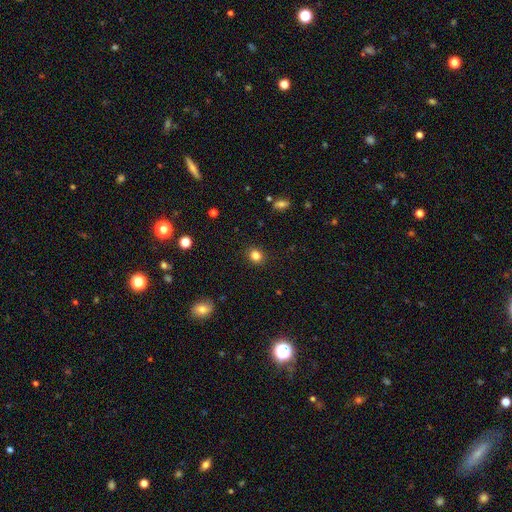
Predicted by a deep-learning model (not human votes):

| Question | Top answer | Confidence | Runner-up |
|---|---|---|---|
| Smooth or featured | smooth | 83% | star or artifact (12%) |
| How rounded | round | 69% | in between (30%) |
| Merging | none | 89% | minor disturbance (8%) |